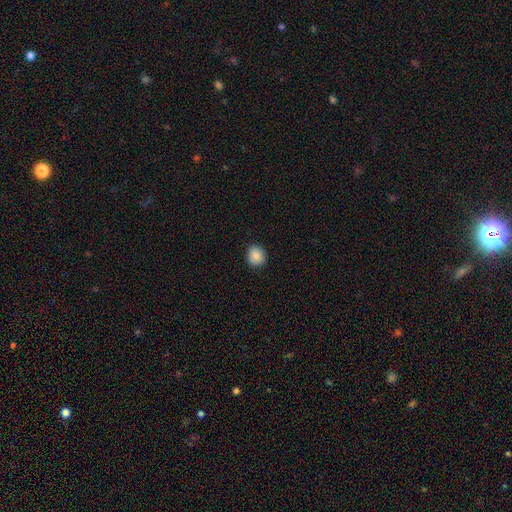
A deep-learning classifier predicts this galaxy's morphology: type=smooth (86%); roundness=round (78%); merging=none (88%).